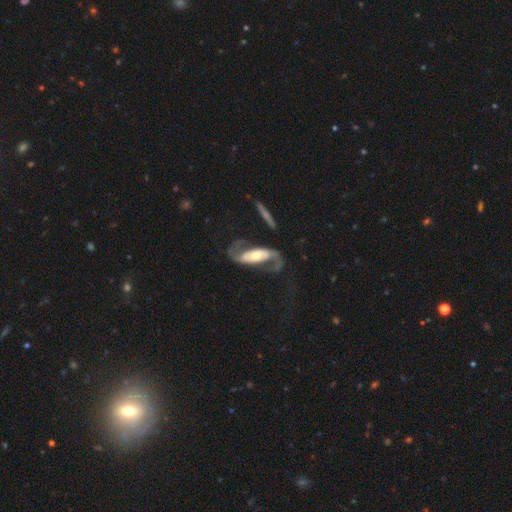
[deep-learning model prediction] Smooth or featured?
  - featured or disk: 84% *
  - smooth: 11%
  - star or artifact: 5%
Edge-on disk?
  - no: 92% *
  - yes: 8%
Bar?
  - strong: 36% * (tied)
  - no: 36% * (tied)
  - weak: 28%
Spiral arms?
  - yes: 93% *
  - no: 7%
Spiral winding?
  - loose: 52% *
  - medium: 36%
  - tight: 12%
Spiral arm count?
  - 2: 90% *
  - 1: 4%
  - can't tell: 3%
  - 3: 1%
  - 4: 1%
  - more than 4: 1%
Bulge size?
  - moderate: 61% *
  - small: 26%
  - large: 11%
  - dominant: 2%
  - none: 1%
Merging?
  - none: 59% *
  - major disturbance: 22%
  - minor disturbance: 15%
  - merger: 4%